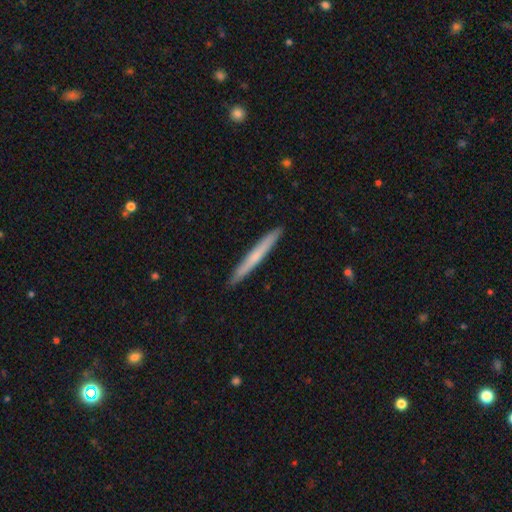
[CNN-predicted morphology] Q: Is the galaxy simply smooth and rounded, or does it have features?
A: smooth — 54%.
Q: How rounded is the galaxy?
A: cigar-shaped — 97%.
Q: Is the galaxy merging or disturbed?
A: none — 92%.